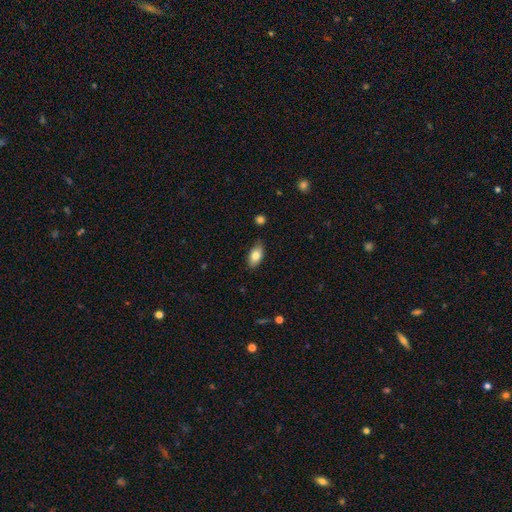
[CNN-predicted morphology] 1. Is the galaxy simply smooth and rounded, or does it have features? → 79% smooth, 13% featured or disk, 7% star or artifact.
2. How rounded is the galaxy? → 91% in between, 5% cigar-shaped, 4% round.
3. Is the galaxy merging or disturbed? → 83% none, 13% minor disturbance, 2% major disturbance, 2% merger.